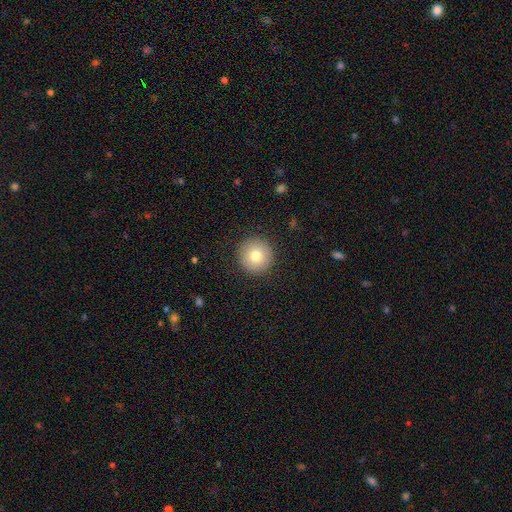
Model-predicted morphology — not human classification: A smooth galaxy with no disk features (78%) that is round (96%).

Vote fractions:
- Smooth or featured? smooth: 78% / featured or disk: 12% / star or artifact: 10%
- How rounded? round: 96% / in between: 3% / cigar-shaped: 1%
- Merging? none: 92% / minor disturbance: 5% / major disturbance: 2% / merger: 1%